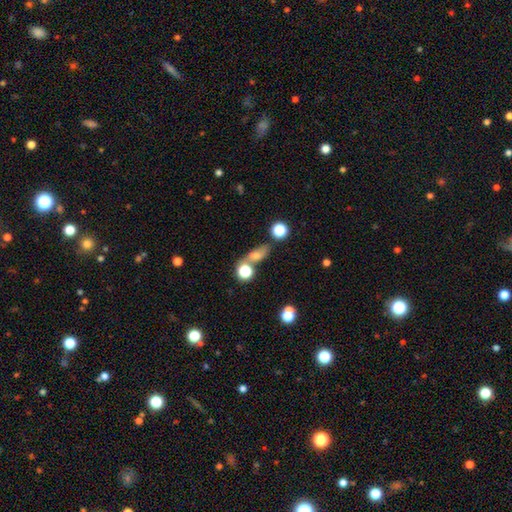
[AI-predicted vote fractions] smooth_or_featured: smooth (p=0.63) [alt: featured or disk p=0.21]
how_rounded: in between (p=0.59) [alt: round p=0.24]
merging: none (p=0.56) [alt: merger p=0.22]